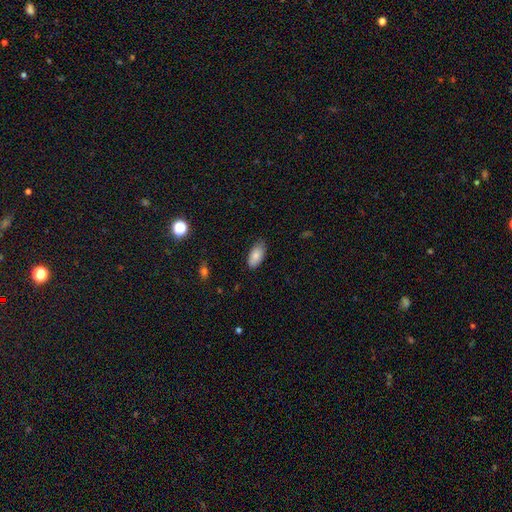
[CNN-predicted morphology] This is clearly a smooth galaxy (84%). How rounded: clearly in between (93%). Merging: likely none (77%).